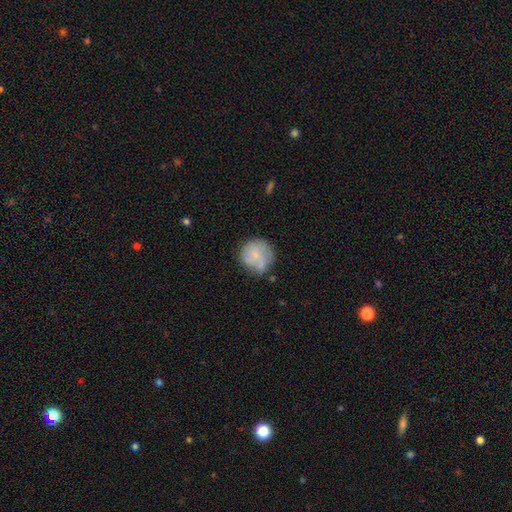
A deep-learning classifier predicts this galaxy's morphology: This is possibly a smooth galaxy (59%). How rounded: clearly round (89%). Merging: possibly none (57%).